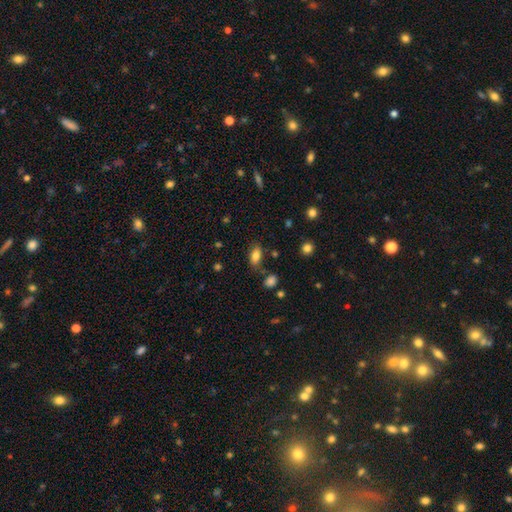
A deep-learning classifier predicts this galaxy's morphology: Q: Smooth or featured?
A: smooth (82%); runner-up: star or artifact (9%)
Q: How rounded?
A: in between (89%); runner-up: round (6%)
Q: Merging?
A: none (76%); runner-up: minor disturbance (14%)